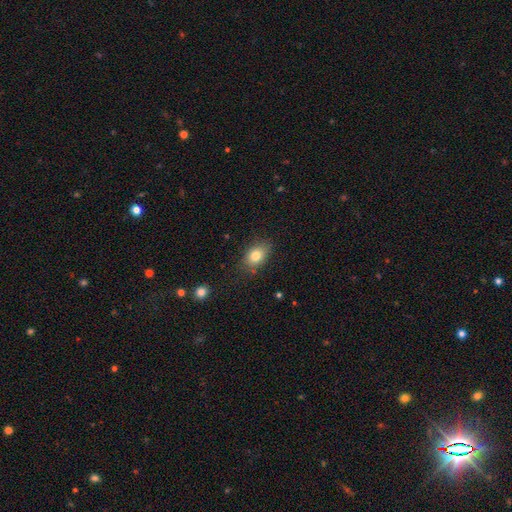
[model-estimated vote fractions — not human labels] smooth-or-featured: smooth: 80% | featured or disk: 11% | star or artifact: 9%
  how-rounded: in between: 81% | round: 17% | cigar-shaped: 2%
  merging: none: 79% | minor disturbance: 15% | major disturbance: 4% | merger: 2%